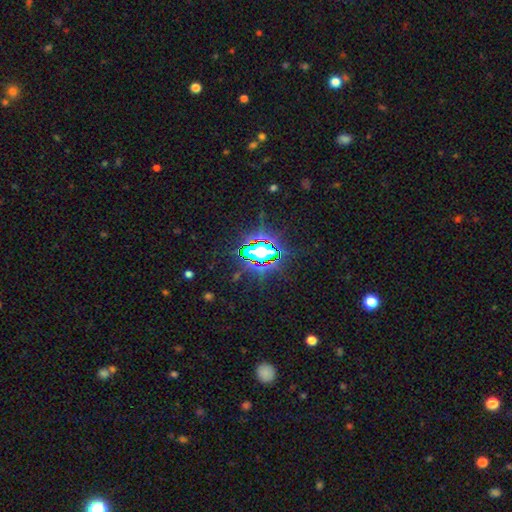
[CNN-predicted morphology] Smooth or featured? Predicted: star or artifact (p=0.80).